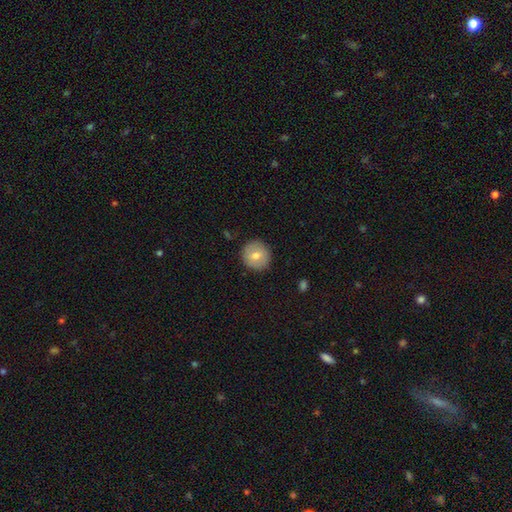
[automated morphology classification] Overall: smooth (69%). How rounded: round (94%). Merging: none (90%).